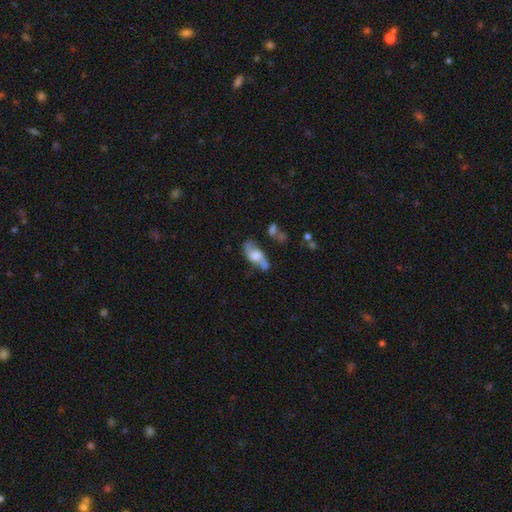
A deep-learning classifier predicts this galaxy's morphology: This is possibly a featured or disk galaxy (51%). It is clearly not viewed edge-on (82%). Merging: possibly none (55%).